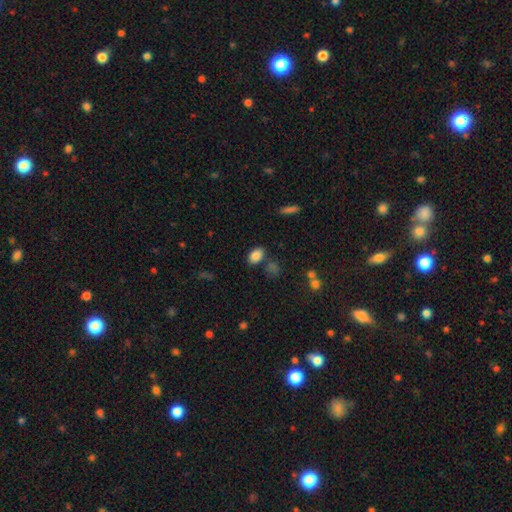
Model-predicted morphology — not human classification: smooth-or-featured: smooth: 86% | star or artifact: 9% | featured or disk: 5%
  how-rounded: in between: 87% | round: 11% | cigar-shaped: 2%
  merging: none: 74% | minor disturbance: 14% | merger: 8% | major disturbance: 4%